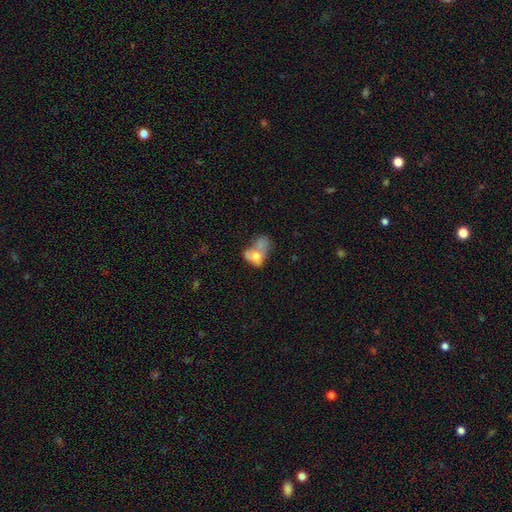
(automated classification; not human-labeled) Smooth or featured? smooth (59%)
How rounded? in between (71%)
Merging? merger (58%)